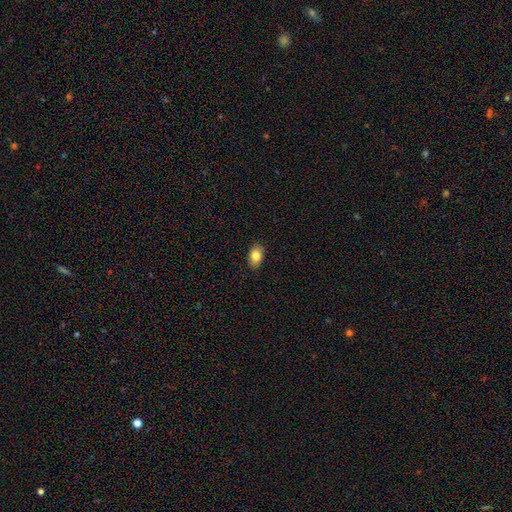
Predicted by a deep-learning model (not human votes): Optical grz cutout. It shows a smooth galaxy with no disk features (84%) that is in between round and cigar-shaped (88%). Merging: none (88%).